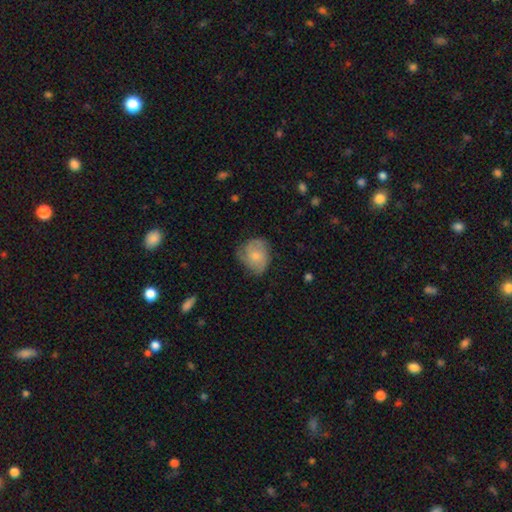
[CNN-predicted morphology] type=smooth (53%); roundness=round (65%); merging=none (59%).